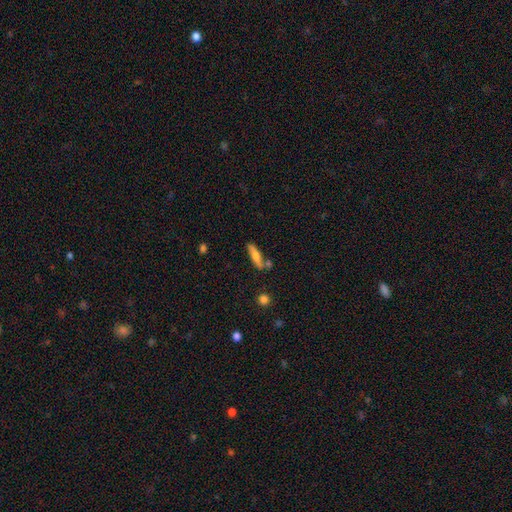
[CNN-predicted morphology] Overall: smooth (55%; featured or disk 38%). How rounded: cigar-shaped (72%). Merging: none (70%).